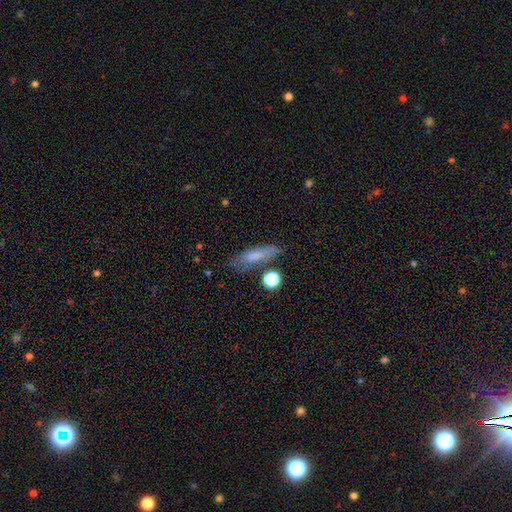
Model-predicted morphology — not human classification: smooth_or_featured: smooth (p=0.67) [alt: featured or disk p=0.22]
how_rounded: cigar-shaped (p=0.53) [alt: in between p=0.42]
merging: none (p=0.64) [alt: minor disturbance p=0.21]